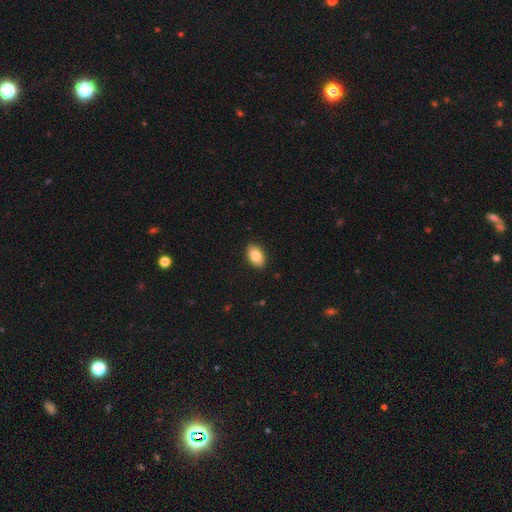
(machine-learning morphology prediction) Smooth or featured?
  - smooth: 85% *
  - featured or disk: 8%
  - star or artifact: 7%
How rounded?
  - in between: 92% *
  - round: 7%
  - cigar-shaped: 1%
Merging?
  - none: 90% *
  - minor disturbance: 7%
  - major disturbance: 2%
  - merger: 1%